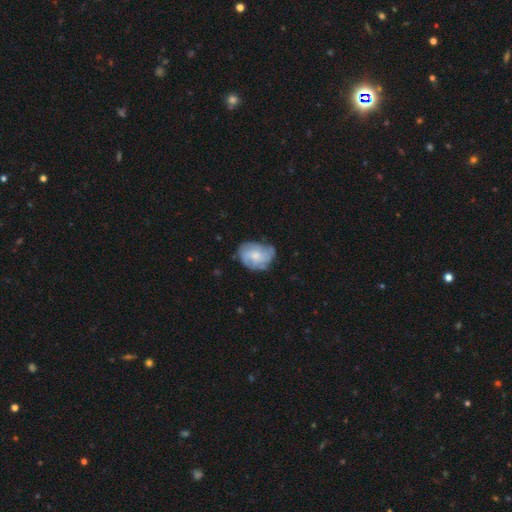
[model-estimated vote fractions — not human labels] The model was most divided on "bulge size": small: 45%, moderate: 42%, none: 7%, large: 5%, dominant: 1%. More confident: edge-on disk — no (97%); spiral arms — yes (78%); bar — no (76%); merging — none (64%); smooth or featured — featured or disk (52%).